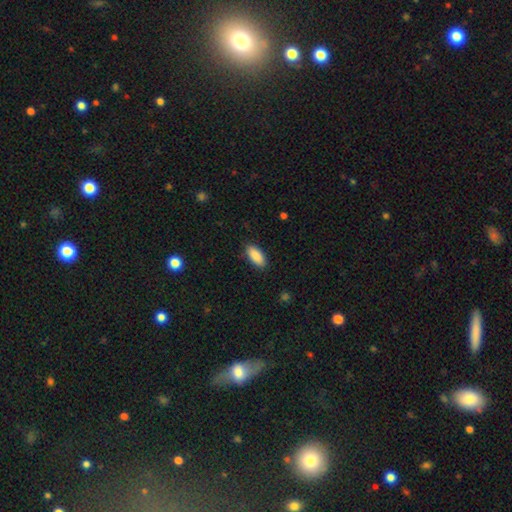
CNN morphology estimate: This appears to be a smooth galaxy with no disk features (90%) that is in between round and cigar-shaped (89%). Merging: none (88%).